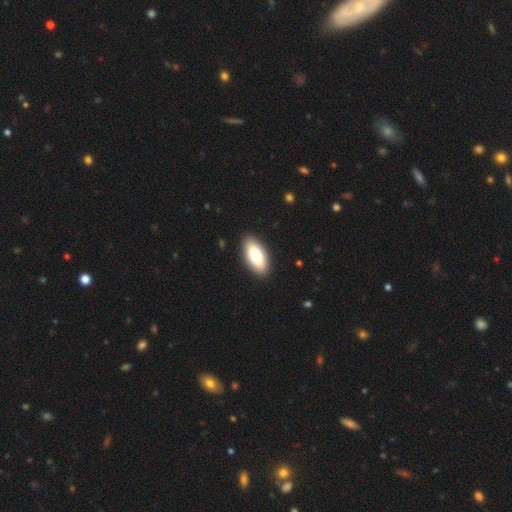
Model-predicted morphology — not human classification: A smooth galaxy with no disk features (76%) that is in between round and cigar-shaped (88%).

Vote fractions:
- Smooth or featured? smooth: 76% / featured or disk: 18% / star or artifact: 6%
- How rounded? in between: 88% / cigar-shaped: 10% / round: 2%
- Merging? none: 90% / minor disturbance: 8% / major disturbance: 2% / merger: 1%